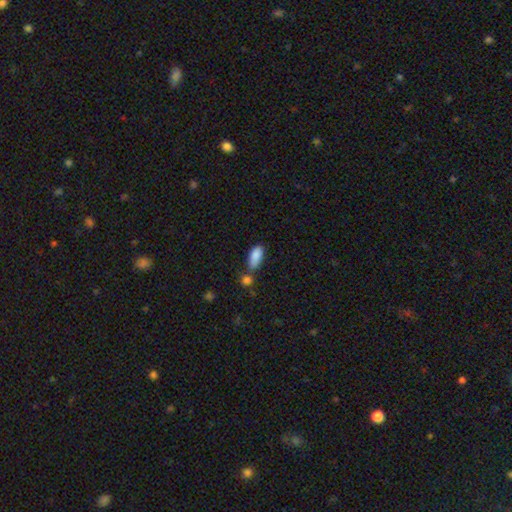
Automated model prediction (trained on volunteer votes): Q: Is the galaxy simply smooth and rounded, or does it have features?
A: smooth — 86%.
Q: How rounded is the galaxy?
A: in between — 87%.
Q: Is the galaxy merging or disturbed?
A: none — 49%.